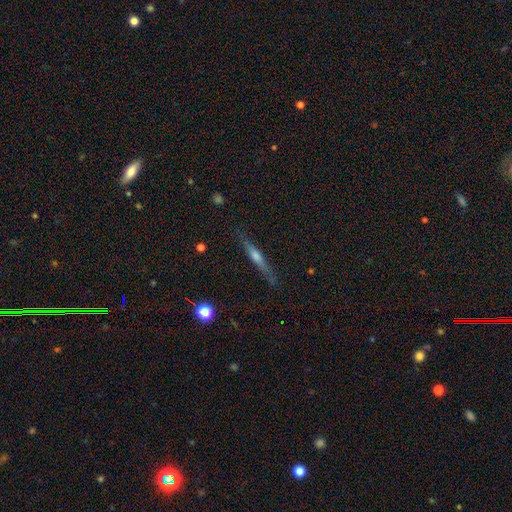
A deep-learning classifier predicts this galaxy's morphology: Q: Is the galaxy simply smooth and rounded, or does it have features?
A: featured or disk — 63%.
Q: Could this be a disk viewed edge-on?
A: yes — 96%.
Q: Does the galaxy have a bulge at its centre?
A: rounded — 70%.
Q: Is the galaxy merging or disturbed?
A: none — 85%.